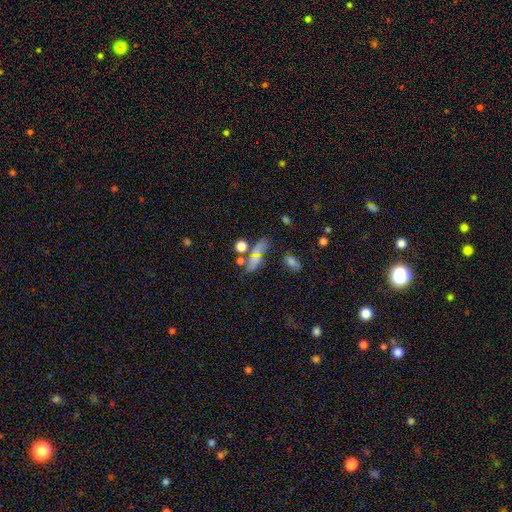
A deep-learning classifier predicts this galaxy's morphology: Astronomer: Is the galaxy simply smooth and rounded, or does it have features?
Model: smooth — 60%.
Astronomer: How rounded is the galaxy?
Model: in between — 54%.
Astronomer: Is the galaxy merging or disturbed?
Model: none — 61%.